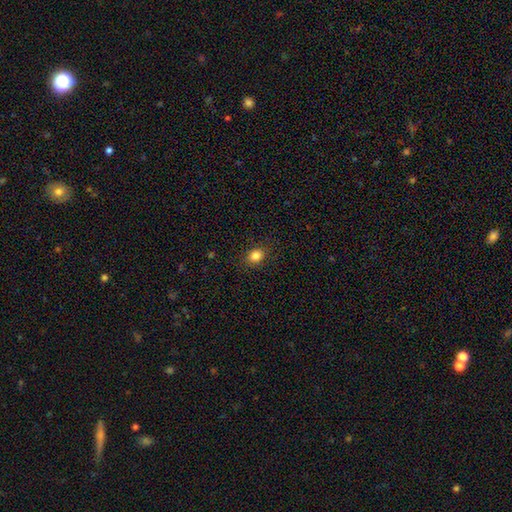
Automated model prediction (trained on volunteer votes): Morphology: type=smooth (83%); roundness=round (52%); merging=none (88%).